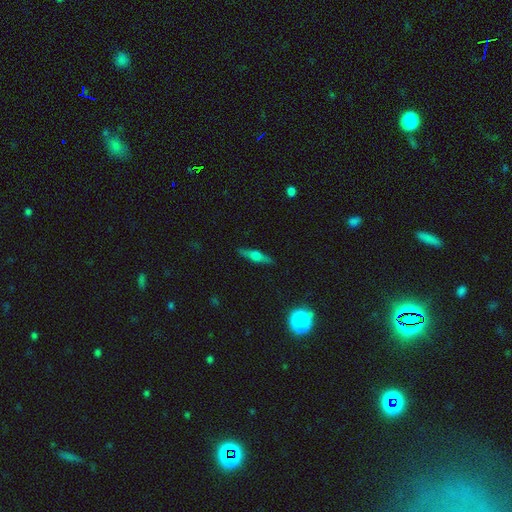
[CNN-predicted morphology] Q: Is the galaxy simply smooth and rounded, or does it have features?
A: featured or disk — 63%.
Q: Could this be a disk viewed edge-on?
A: yes — 95%.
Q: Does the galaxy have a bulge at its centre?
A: rounded — 90%.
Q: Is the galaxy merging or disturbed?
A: none — 88%.